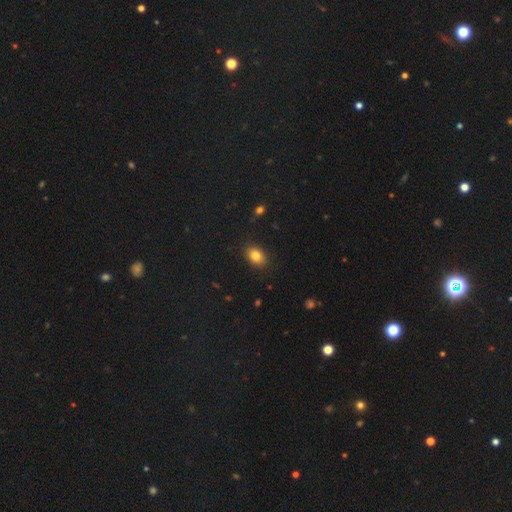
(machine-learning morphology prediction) smooth_or_featured: smooth (p=0.83) [alt: star or artifact p=0.10]
how_rounded: in between (p=0.71) [alt: round p=0.28]
merging: none (p=0.88) [alt: minor disturbance p=0.09]